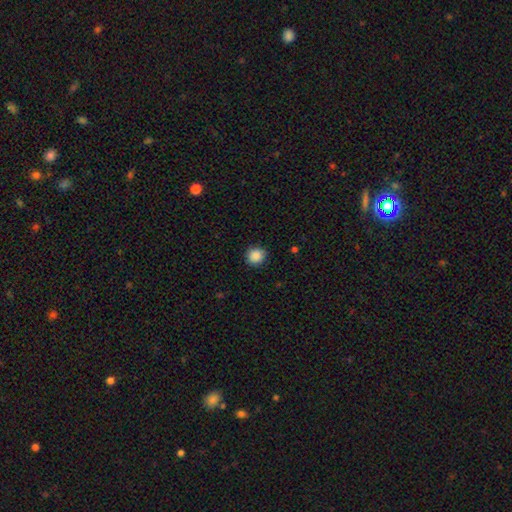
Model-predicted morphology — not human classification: smooth 88%, star or artifact 9%, featured or disk 3%. Down the decision tree: how rounded — round (89%); merging — none (86%).